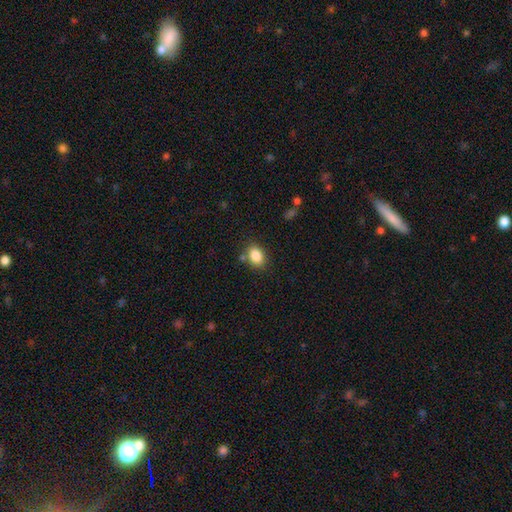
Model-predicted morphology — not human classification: The model was most divided on "how rounded": in between: 71%, round: 28%, cigar-shaped: 1%. More confident: smooth or featured — smooth (86%); merging — none (75%).